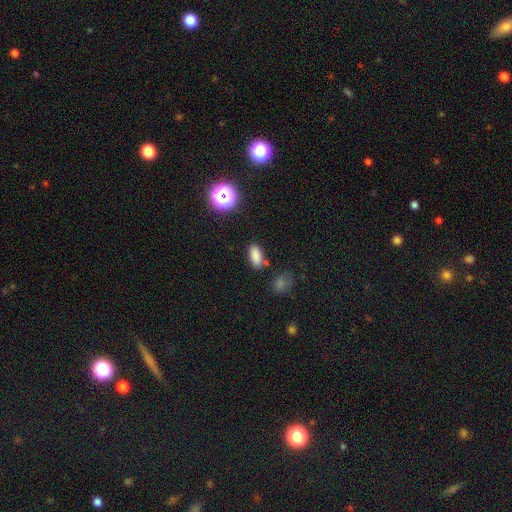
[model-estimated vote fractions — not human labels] The model was most divided on "merging": none: 79%, minor disturbance: 12%, merger: 5%, major disturbance: 3%. More confident: how rounded — in between (87%); smooth or featured — smooth (83%).